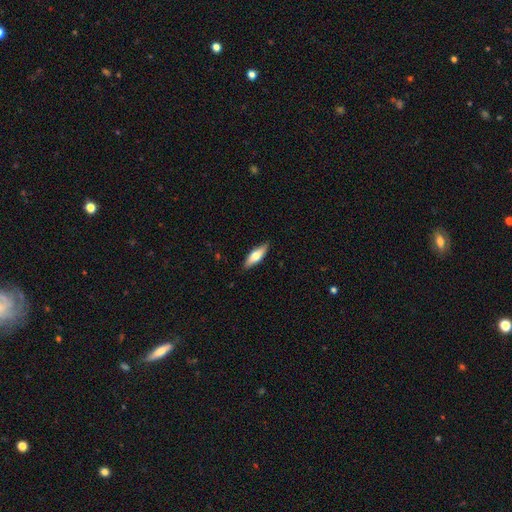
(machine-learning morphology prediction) smooth 62%, featured or disk 32%, star or artifact 5%. Down the decision tree: how rounded — in between (58%); merging — none (86%).